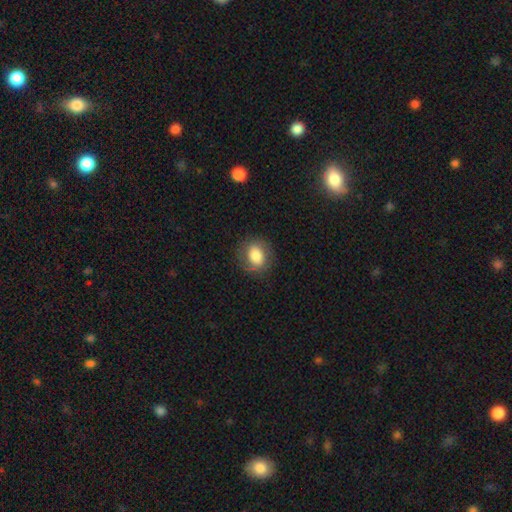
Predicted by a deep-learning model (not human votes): Smooth or featured? Predicted: smooth (p=0.73). How rounded? Predicted: in between (p=0.51). Merging? Predicted: none (p=0.78).